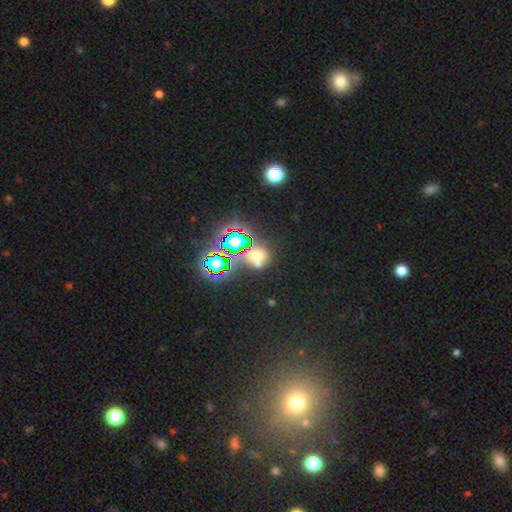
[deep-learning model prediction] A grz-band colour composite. It shows a star or artifact, not a galaxy (49%).